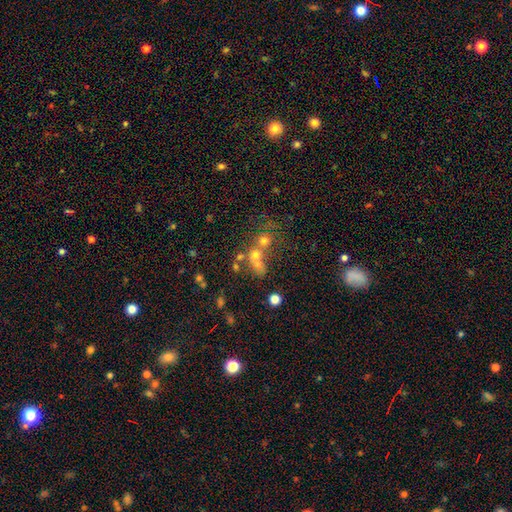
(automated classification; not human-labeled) A smooth galaxy with no disk features (51%) that is round (70%). Merging: merger (53%).